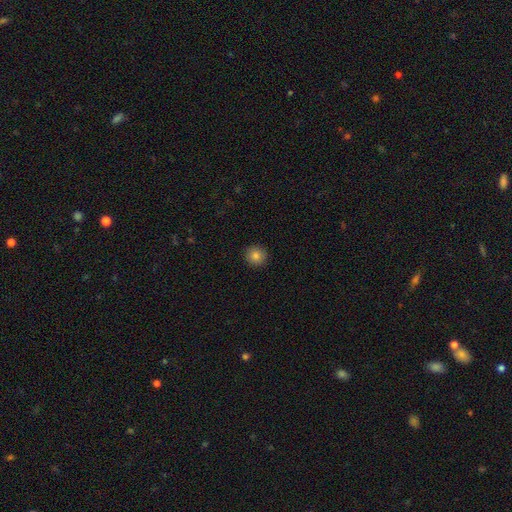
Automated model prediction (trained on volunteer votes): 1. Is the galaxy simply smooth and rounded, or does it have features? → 82% smooth, 11% star or artifact, 7% featured or disk.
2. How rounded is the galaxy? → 94% round, 5% in between, 1% cigar-shaped.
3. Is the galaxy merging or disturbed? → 93% none, 5% minor disturbance, 2% major disturbance, 1% merger.